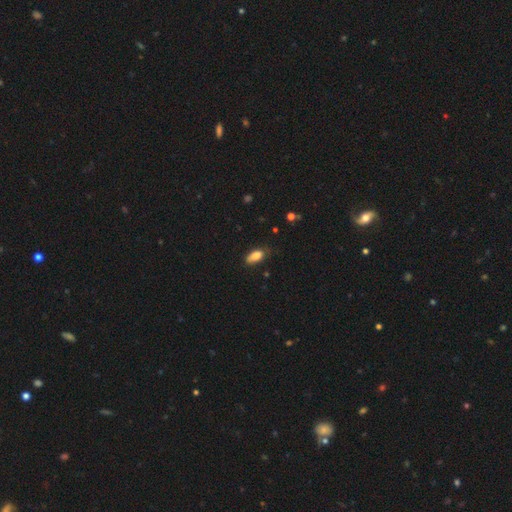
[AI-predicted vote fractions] The model was most divided on "merging": none: 67%, minor disturbance: 26%, major disturbance: 5%, merger: 2%. More confident: how rounded — in between (87%); smooth or featured — smooth (83%).